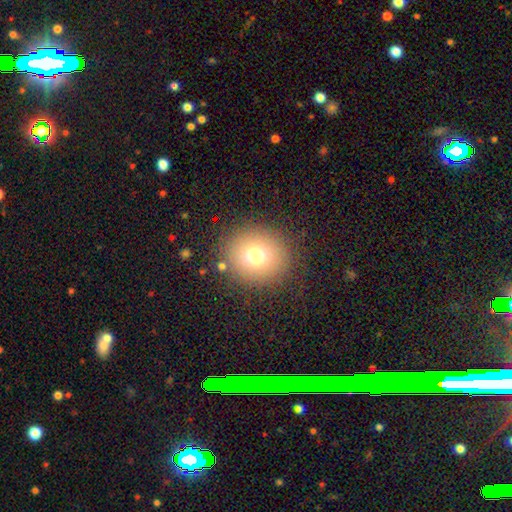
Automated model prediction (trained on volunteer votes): The model was most divided on "smooth or featured": smooth: 73%, star or artifact: 16%, featured or disk: 11%. More confident: merging — none (84%); how rounded — round (84%).